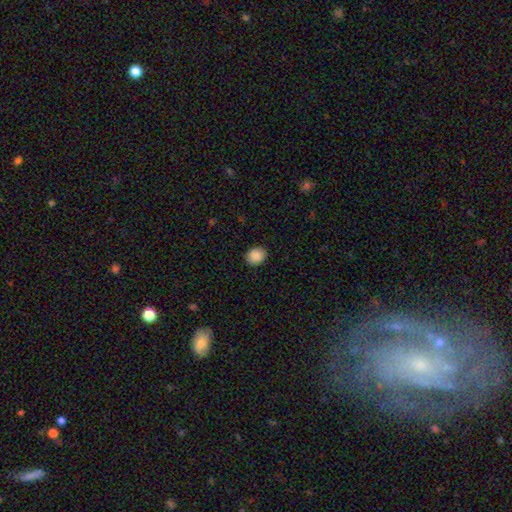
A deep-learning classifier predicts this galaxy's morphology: Smooth or featured?
  - smooth: 89% *
  - star or artifact: 8%
  - featured or disk: 3%
How rounded?
  - round: 65% *
  - in between: 34%
  - cigar-shaped: 1%
Merging?
  - none: 89% *
  - minor disturbance: 8%
  - major disturbance: 2%
  - merger: 1%